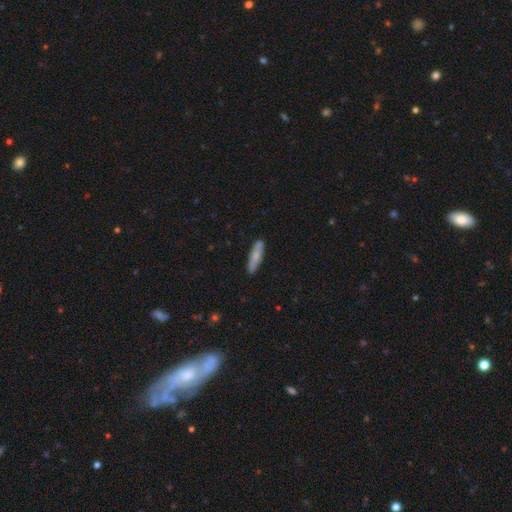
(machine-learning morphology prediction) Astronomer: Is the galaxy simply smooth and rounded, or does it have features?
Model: smooth — 70%.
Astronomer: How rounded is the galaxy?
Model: cigar-shaped — 72%.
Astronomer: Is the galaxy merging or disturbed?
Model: none — 84%.